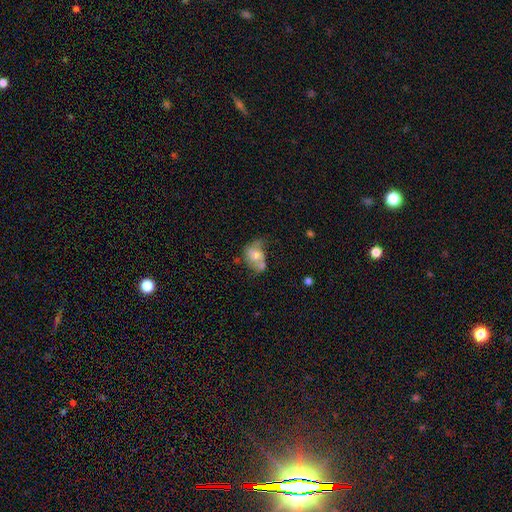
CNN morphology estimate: A smooth galaxy with no disk features (54%) that is in between round and cigar-shaped (65%). Merging: merger (30%).